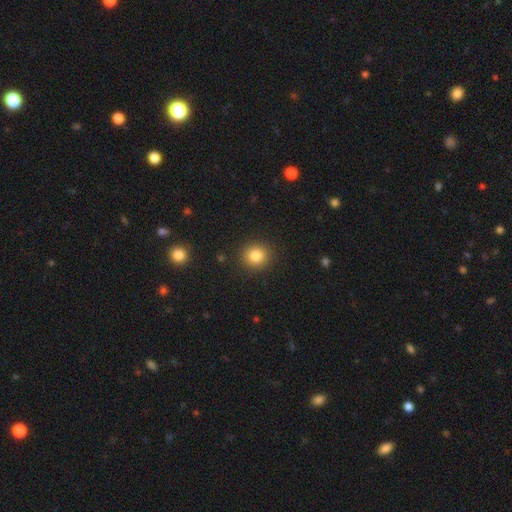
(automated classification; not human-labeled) Smooth or featured? Predicted: smooth (p=0.83). How rounded? Predicted: round (p=0.86). Merging? Predicted: none (p=0.90).